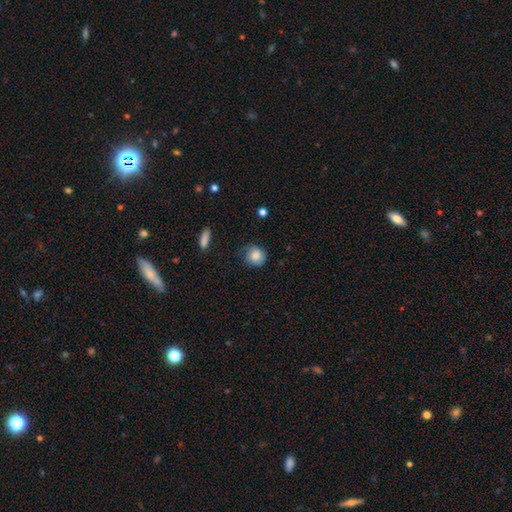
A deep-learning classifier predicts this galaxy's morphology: Smooth or featured?
  - smooth: 81% *
  - featured or disk: 11%
  - star or artifact: 8%
How rounded?
  - round: 82% *
  - in between: 17%
  - cigar-shaped: 1%
Merging?
  - none: 69% *
  - minor disturbance: 24%
  - major disturbance: 6%
  - merger: 1%